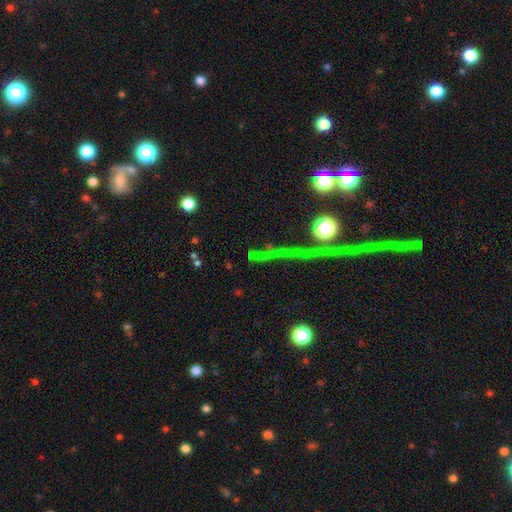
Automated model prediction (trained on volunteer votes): This appears to be a star or artifact, not a galaxy (61%).